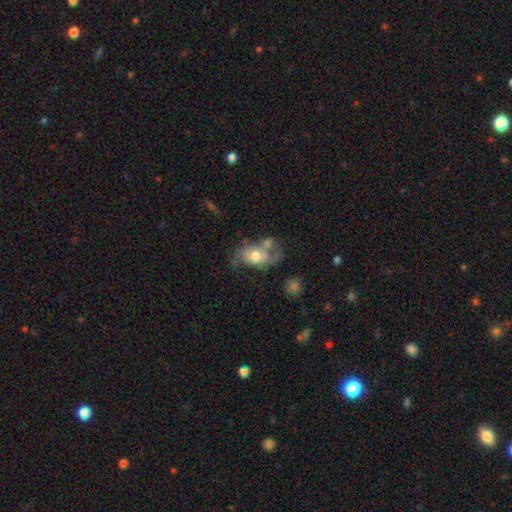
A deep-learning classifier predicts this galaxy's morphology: Q: Smooth or featured?
A: featured or disk (50%); runner-up: smooth (43%)
Q: Merging?
A: none (29%); runner-up: major disturbance (26%)